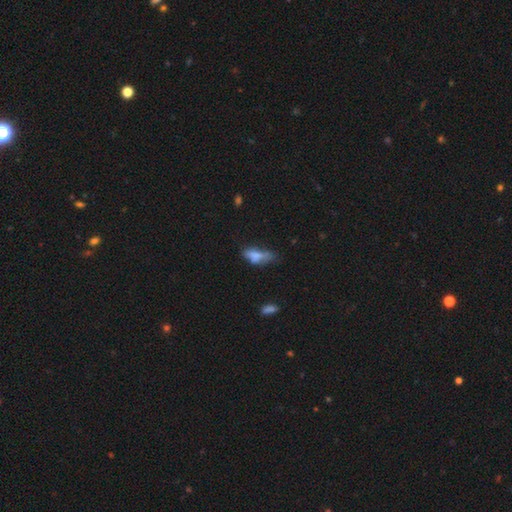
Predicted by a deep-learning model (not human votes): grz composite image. It shows a smooth galaxy with no disk features (66%) that is in between round and cigar-shaped (70%). Merging: minor disturbance (33%).